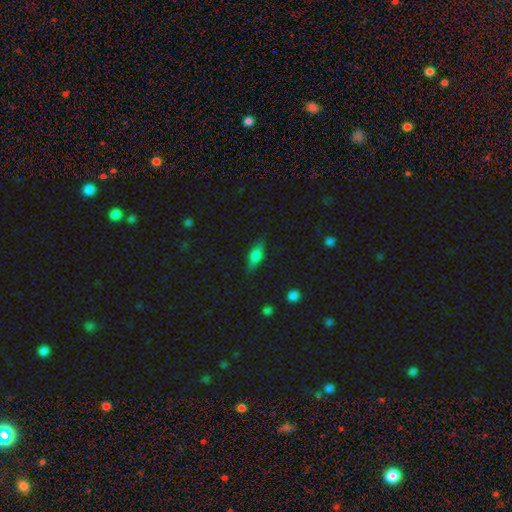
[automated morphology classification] The model was most divided on "smooth or featured": smooth: 64%, featured or disk: 26%, star or artifact: 10%. More confident: merging — none (79%); how rounded — in between (70%).